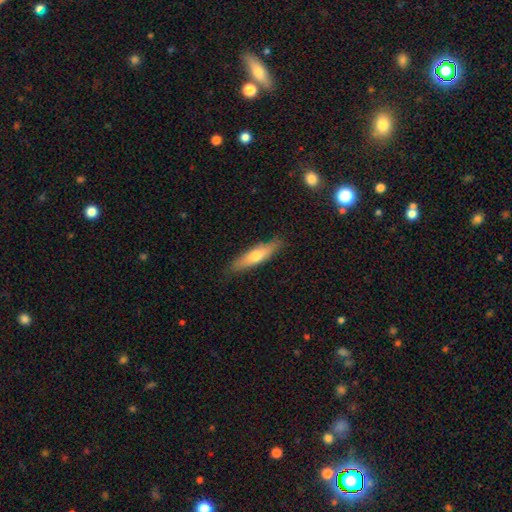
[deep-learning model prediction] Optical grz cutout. It shows a smooth galaxy with no disk features (60%) that is cigar-shaped (72%). Merging: none (84%).